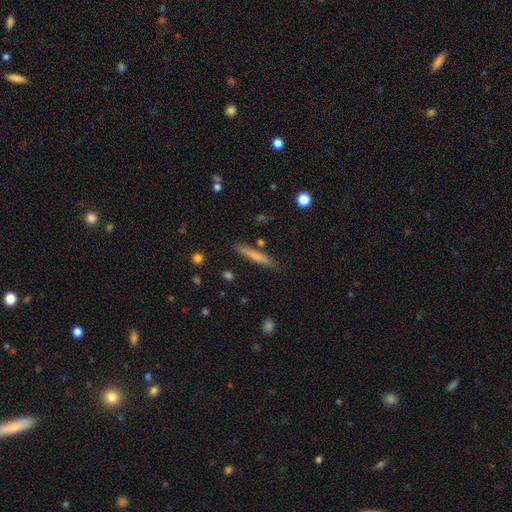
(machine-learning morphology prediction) Overall: smooth (68%). How rounded: cigar-shaped (94%). Merging: none (85%).